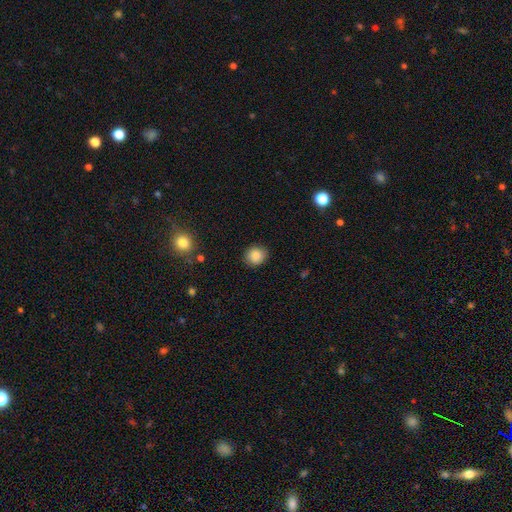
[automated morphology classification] type=smooth (83%); roundness=round (84%); merging=none (87%).